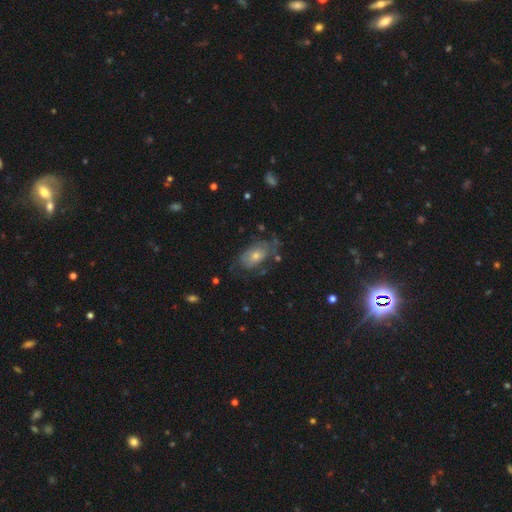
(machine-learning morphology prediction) This appears to be a featured or disk galaxy (57%) with no bar (80%), spiral arms (68%) and a moderate central bulge (50%). Merging: none (60%).